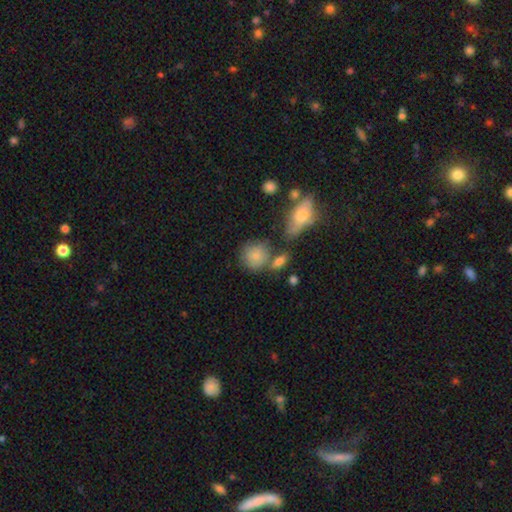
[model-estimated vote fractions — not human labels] The model was most divided on "merging": none: 58%, merger: 21%, minor disturbance: 15%, major disturbance: 6%. More confident: smooth or featured — smooth (79%); how rounded — round (78%).